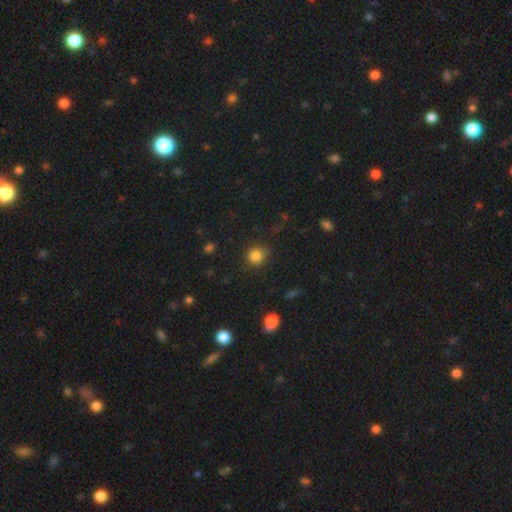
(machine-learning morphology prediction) Smooth or featured?
  - smooth: 82% *
  - star or artifact: 13%
  - featured or disk: 5%
How rounded?
  - round: 87% *
  - in between: 12%
  - cigar-shaped: 1%
Merging?
  - none: 76% *
  - minor disturbance: 16%
  - major disturbance: 5%
  - merger: 2%